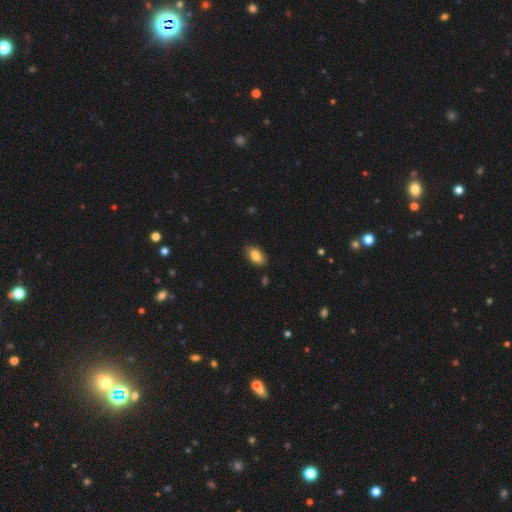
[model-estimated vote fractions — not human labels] Smooth or featured? Predicted: smooth (p=0.83). How rounded? Predicted: in between (p=0.92). Merging? Predicted: none (p=0.83).